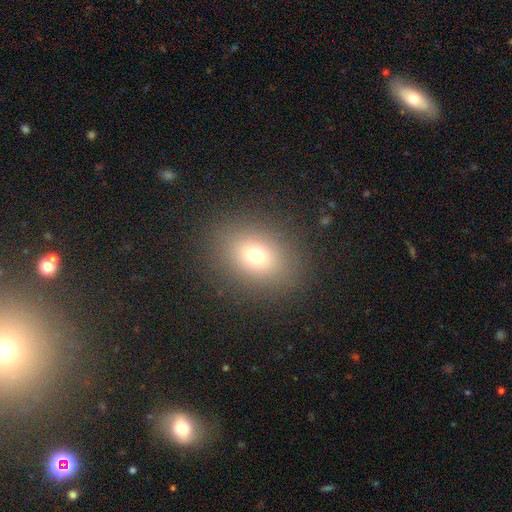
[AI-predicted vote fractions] Smooth or featured? Predicted: smooth (p=0.72). How rounded? Predicted: in between (p=0.58). Merging? Predicted: none (p=0.87).